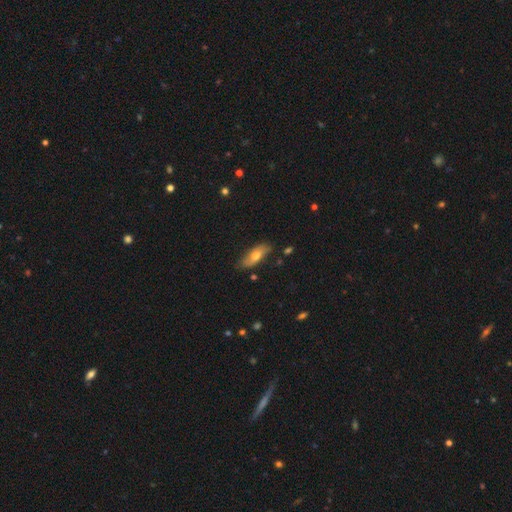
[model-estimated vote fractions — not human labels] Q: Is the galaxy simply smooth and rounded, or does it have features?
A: smooth — 59%.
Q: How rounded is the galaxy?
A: in between — 68%.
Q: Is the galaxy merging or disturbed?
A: none — 77%.